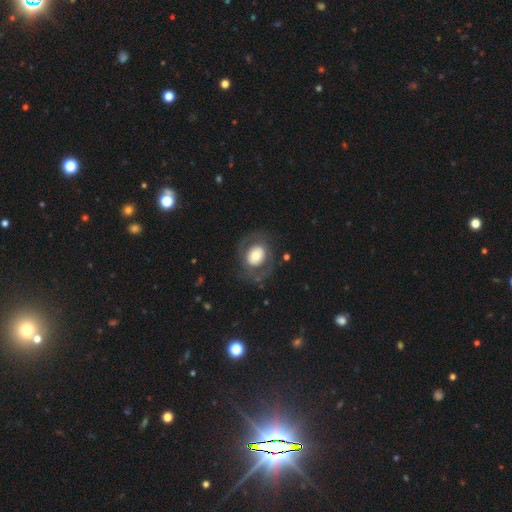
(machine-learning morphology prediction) The model was most divided on "smooth or featured": featured or disk: 49%, smooth: 45%, star or artifact: 7%. More confident: merging — none (73%).